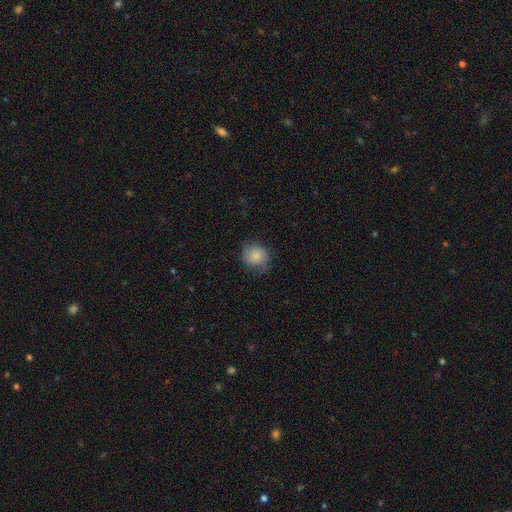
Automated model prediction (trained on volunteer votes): Smooth or featured: smooth — 84% (star or artifact — 8%)
How rounded: round — 79% (in between — 20%)
Merging: none — 70% (minor disturbance — 23%)